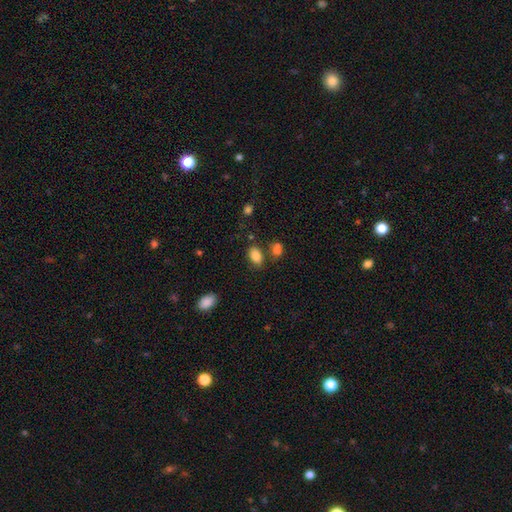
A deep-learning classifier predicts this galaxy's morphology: smooth-or-featured: smooth: 85% | star or artifact: 10% | featured or disk: 5%
  how-rounded: in between: 88% | round: 11% | cigar-shaped: 2%
  merging: none: 71% | minor disturbance: 13% | merger: 12% | major disturbance: 4%